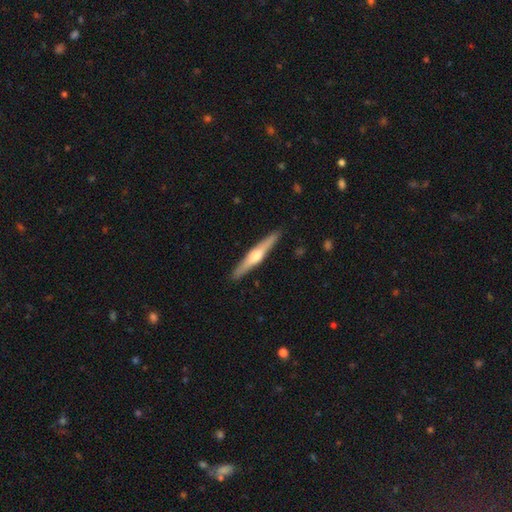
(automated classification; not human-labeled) This is likely a featured or disk galaxy (66%). It is clearly viewed edge-on (98%). Edge-on bulge: clearly rounded (89%). Merging: clearly none (91%).